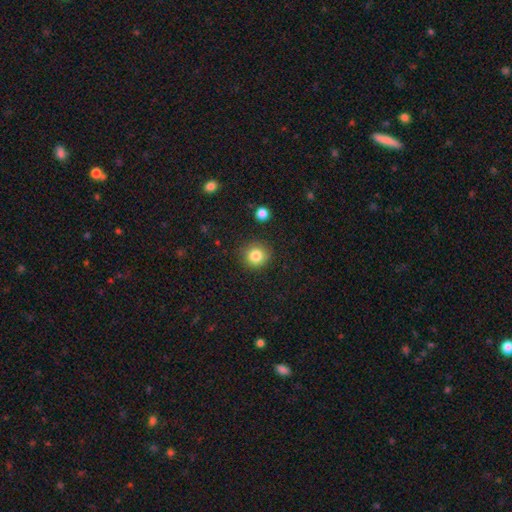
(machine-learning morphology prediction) This appears to be a smooth galaxy with no disk features (83%) that is round (92%). Merging: none (89%).